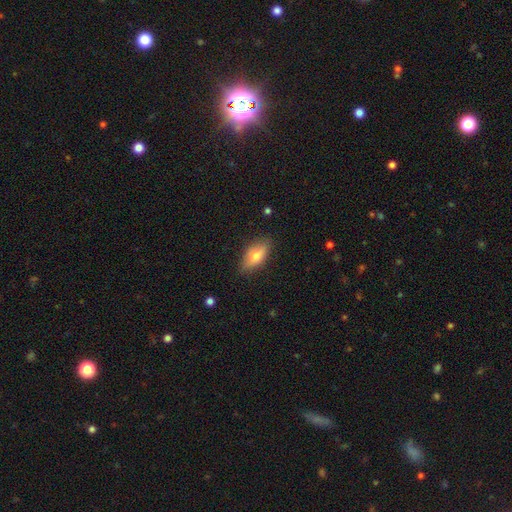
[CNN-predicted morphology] This appears to be a smooth galaxy with no disk features (65%) that is in between round and cigar-shaped (80%). Merging: none (81%).